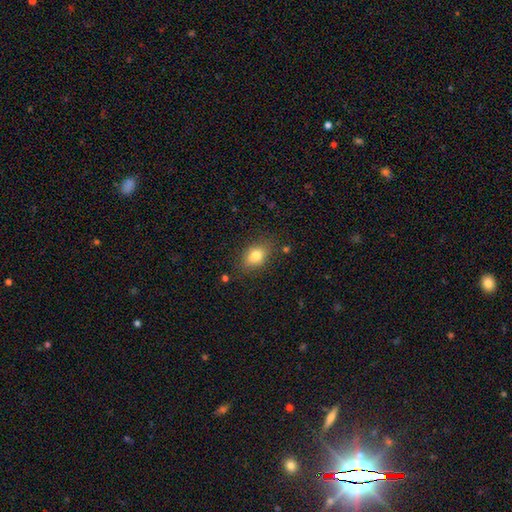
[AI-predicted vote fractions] Q: Smooth or featured?
A: smooth (79%); runner-up: featured or disk (11%)
Q: How rounded?
A: in between (78%); runner-up: round (20%)
Q: Merging?
A: none (81%); runner-up: minor disturbance (14%)